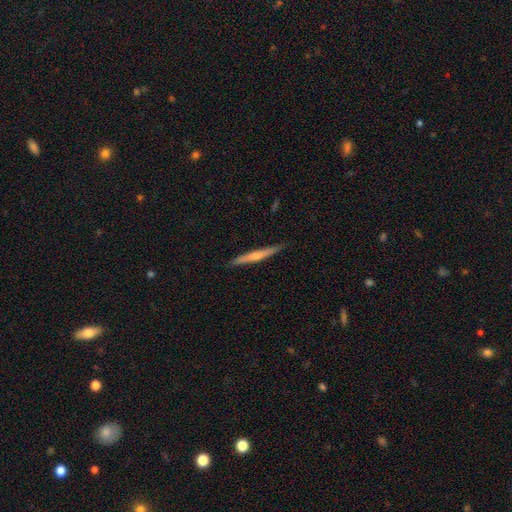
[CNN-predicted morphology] A smooth galaxy with no disk features (49%).

Vote fractions:
- Smooth or featured? smooth: 49% / featured or disk: 46% / star or artifact: 6%
- Merging? none: 88% / minor disturbance: 9% / major disturbance: 2% / merger: 1%